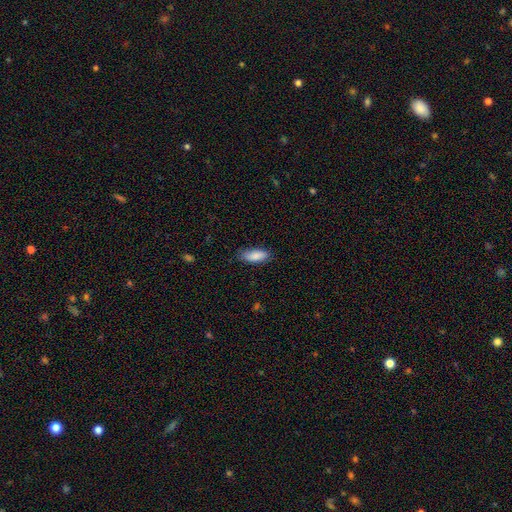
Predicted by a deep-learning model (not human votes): Smooth or featured? smooth (87%)
How rounded? in between (77%)
Merging? none (80%)